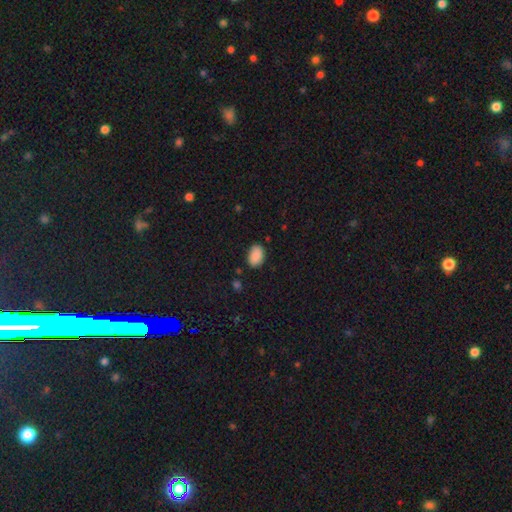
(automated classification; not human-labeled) The model was most divided on "merging": none: 85%, minor disturbance: 11%, major disturbance: 3%, merger: 1%. More confident: smooth or featured — smooth (89%); how rounded — in between (89%).